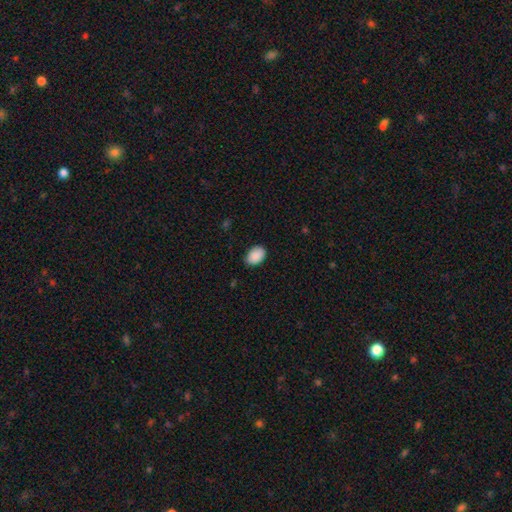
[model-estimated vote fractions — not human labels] This appears to be a smooth galaxy with no disk features (90%) that is in between round and cigar-shaped (84%). Merging: none (80%).